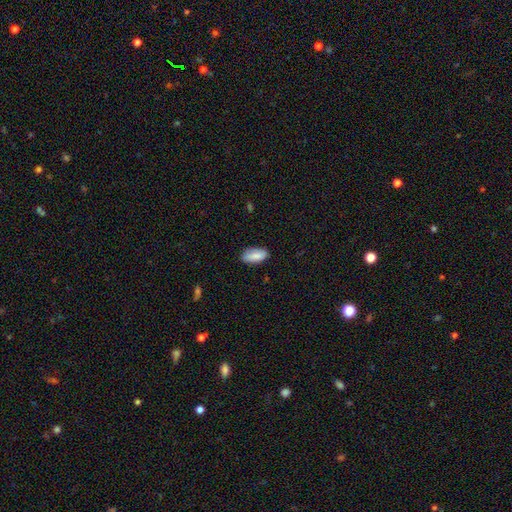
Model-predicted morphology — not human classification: Smooth or featured? smooth (84%)
How rounded? in between (88%)
Merging? none (83%)